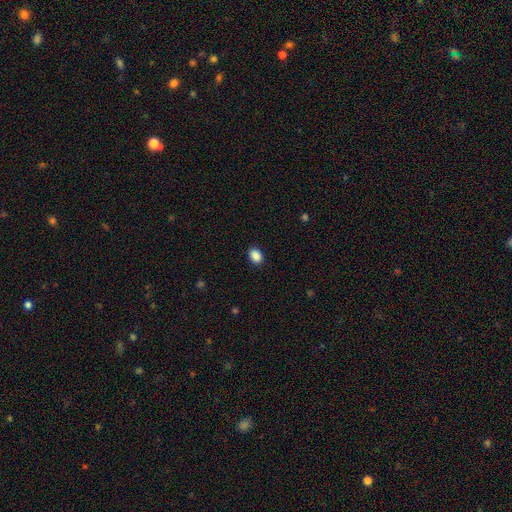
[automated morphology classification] Smooth or featured?
  - smooth: 89% *
  - star or artifact: 8%
  - featured or disk: 3%
How rounded?
  - in between: 73% *
  - round: 26%
  - cigar-shaped: 1%
Merging?
  - none: 89% *
  - minor disturbance: 8%
  - major disturbance: 2%
  - merger: 1%